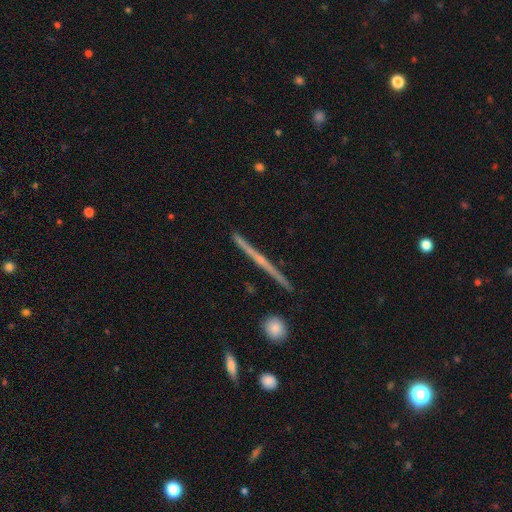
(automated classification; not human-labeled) Smooth or featured?
  - featured or disk: 69% *
  - smooth: 24%
  - star or artifact: 7%
Edge-on disk?
  - yes: 98% *
  - no: 2%
Edge-on bulge?
  - none: 55% *
  - rounded: 38%
  - boxy: 7%
Merging?
  - none: 90% *
  - minor disturbance: 7%
  - merger: 2%
  - major disturbance: 2%